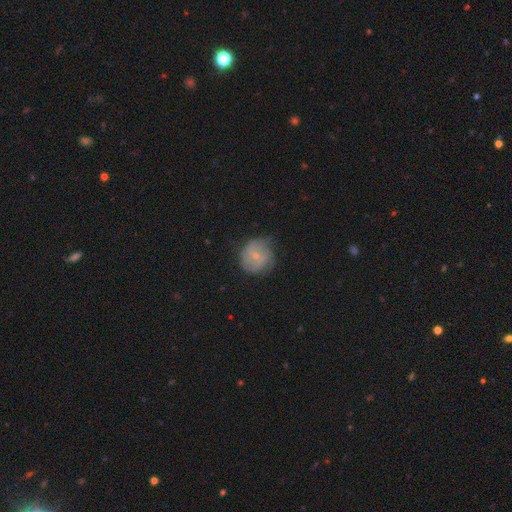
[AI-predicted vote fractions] Smooth or featured?
  - featured or disk: 47% *
  - smooth: 45%
  - star or artifact: 8%
Merging?
  - none: 62% *
  - minor disturbance: 26%
  - major disturbance: 10%
  - merger: 1%